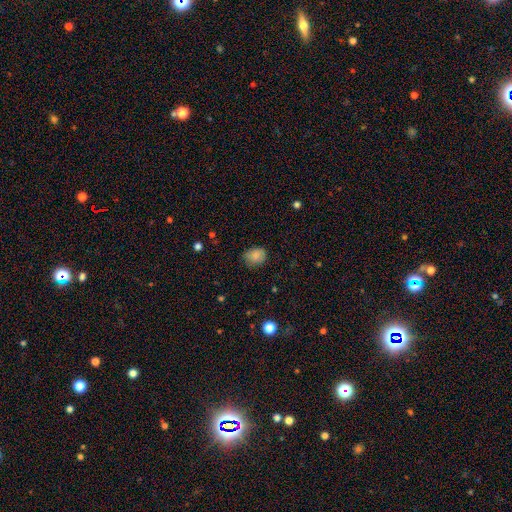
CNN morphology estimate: A smooth galaxy with no disk features (85%) that is in between round and cigar-shaped (52%).

Vote fractions:
- Smooth or featured? smooth: 85% / star or artifact: 9% / featured or disk: 6%
- How rounded? in between: 52% / round: 48% / cigar-shaped: 1%
- Merging? none: 74% / minor disturbance: 21% / major disturbance: 4% / merger: 1%